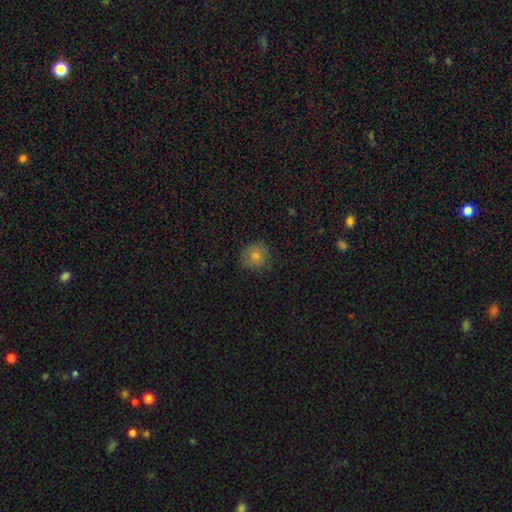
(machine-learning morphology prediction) smooth_or_featured: smooth (p=0.71) [alt: featured or disk p=0.15]
how_rounded: round (p=0.90) [alt: in between p=0.09]
merging: none (p=0.83) [alt: minor disturbance p=0.13]